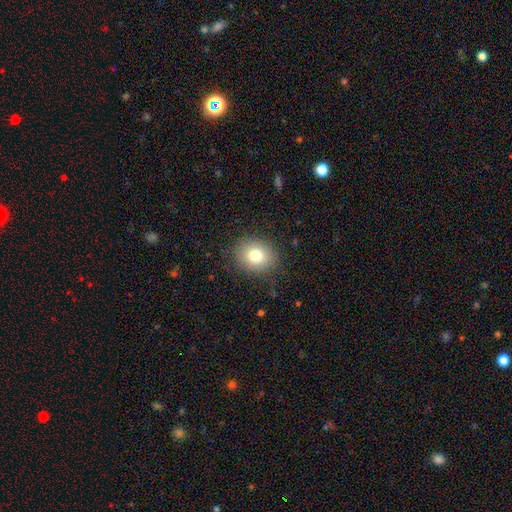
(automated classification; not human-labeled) Overall: smooth (78%). How rounded: round (67%; in between 32%). Merging: none (85%).